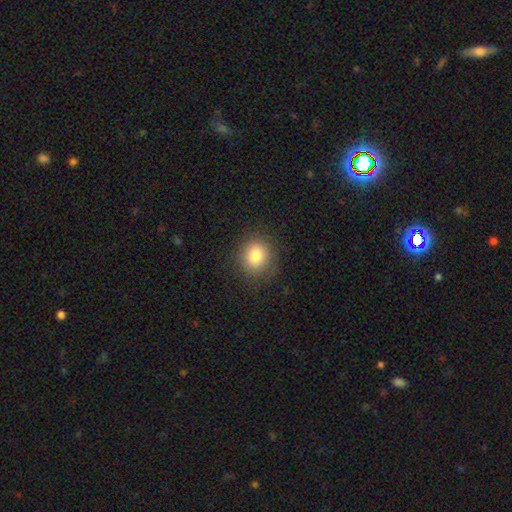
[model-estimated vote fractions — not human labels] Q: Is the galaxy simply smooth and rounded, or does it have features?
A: smooth — 81%.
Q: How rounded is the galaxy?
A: round — 78%.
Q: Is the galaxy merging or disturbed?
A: none — 84%.